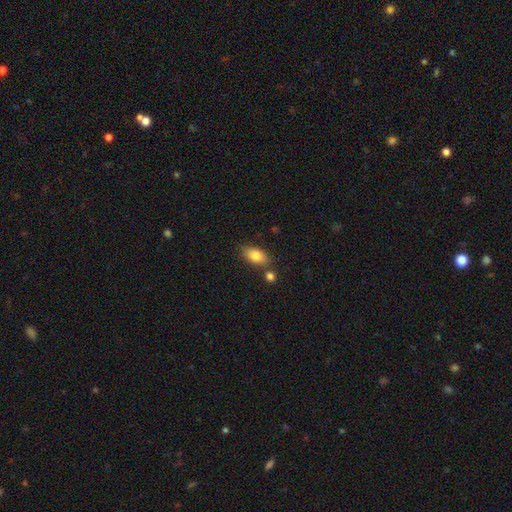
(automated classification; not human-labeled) This is clearly a smooth galaxy (81%). How rounded: clearly in between (88%). Merging: likely none (75%).